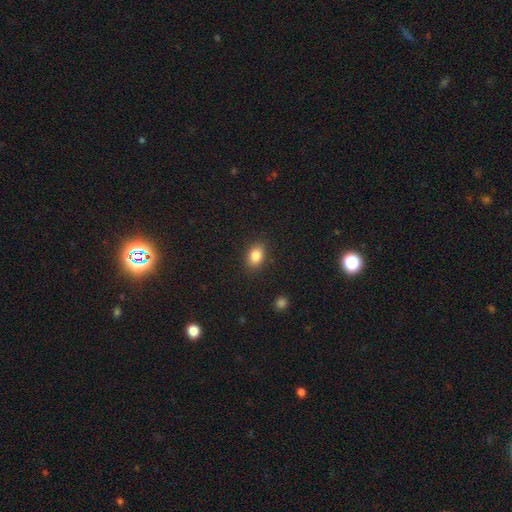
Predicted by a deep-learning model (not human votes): Q: Smooth or featured?
A: smooth (85%); runner-up: star or artifact (9%)
Q: How rounded?
A: in between (77%); runner-up: round (22%)
Q: Merging?
A: none (88%); runner-up: minor disturbance (9%)